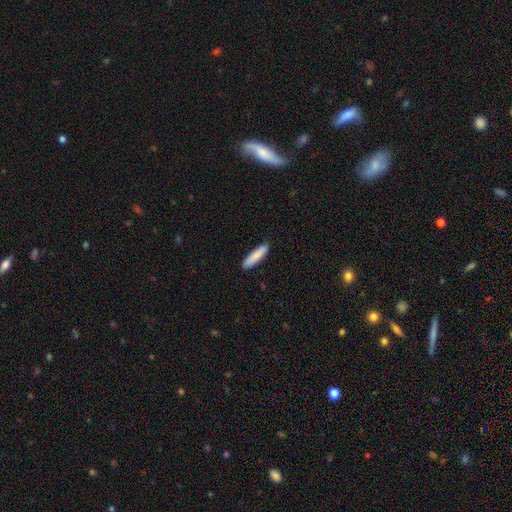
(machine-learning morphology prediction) This is clearly a smooth galaxy (87%). How rounded: likely cigar-shaped (75%). Merging: clearly none (90%).